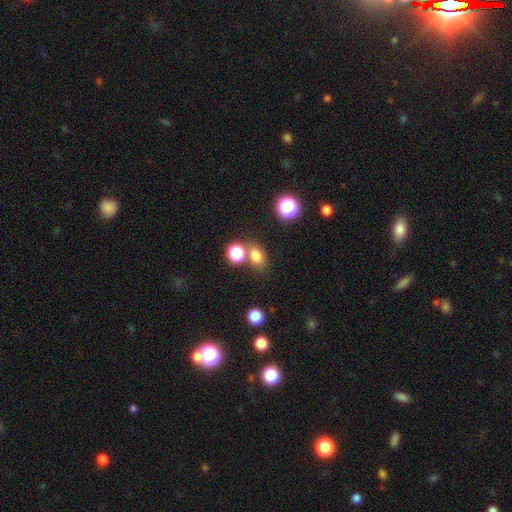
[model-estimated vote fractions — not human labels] Morphology: type=smooth (77%); roundness=in between (59%); merging=none (62%).